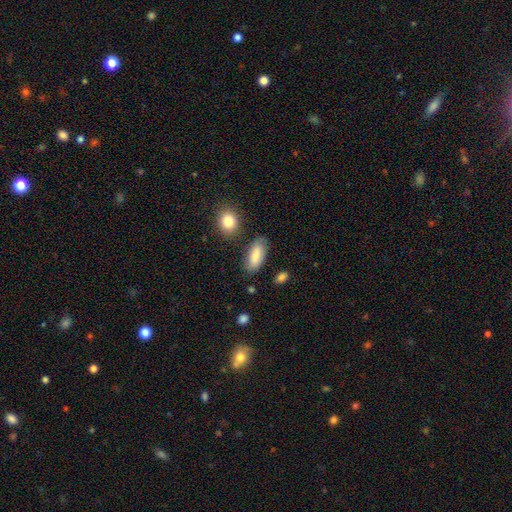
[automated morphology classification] This is clearly a smooth galaxy (85%). How rounded: clearly in between (86%). Merging: likely none (79%).